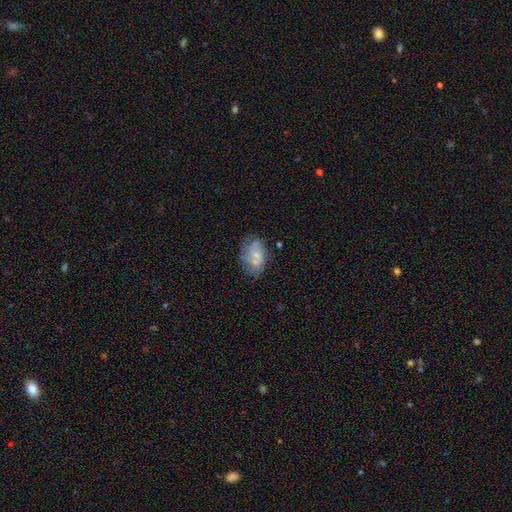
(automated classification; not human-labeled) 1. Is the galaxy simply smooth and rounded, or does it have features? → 48% featured or disk, 43% smooth, 9% star or artifact.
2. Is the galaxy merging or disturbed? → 53% none, 27% minor disturbance, 14% major disturbance, 6% merger.